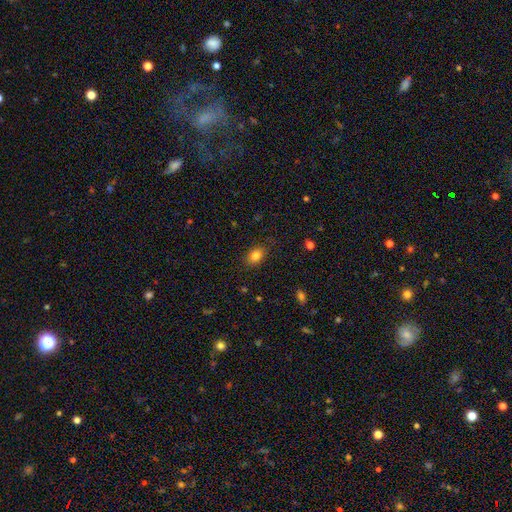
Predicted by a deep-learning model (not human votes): smooth_or_featured: smooth (p=0.83) [alt: star or artifact p=0.10]
how_rounded: in between (p=0.71) [alt: round p=0.27]
merging: none (p=0.84) [alt: minor disturbance p=0.12]